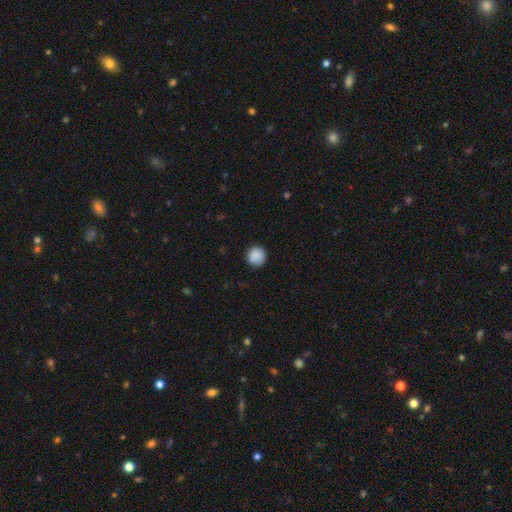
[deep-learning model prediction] Morphology: type=smooth (88%); roundness=round (93%); merging=none (87%).